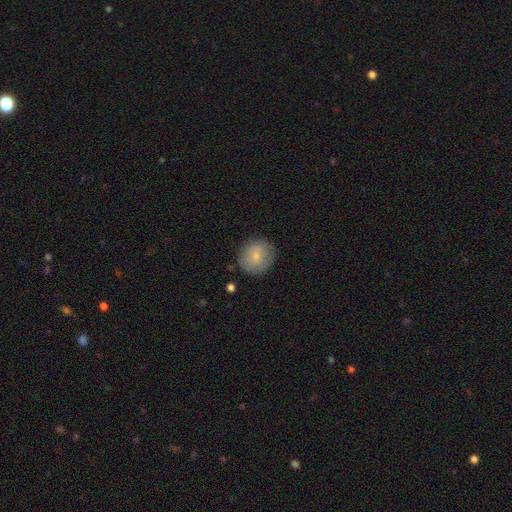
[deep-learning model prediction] The model was most divided on "smooth or featured": smooth: 79%, featured or disk: 14%, star or artifact: 7%. More confident: how rounded — round (89%); merging — none (84%).